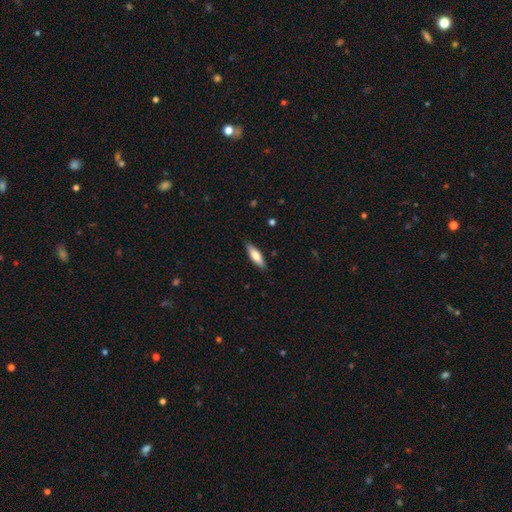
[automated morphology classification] The model was most divided on "how rounded": cigar-shaped: 55%, in between: 44%, round: 2%. More confident: merging — none (86%); smooth or featured — smooth (72%).